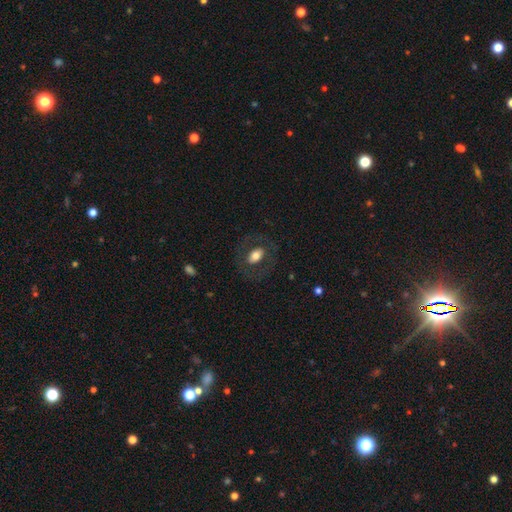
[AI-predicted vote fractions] smooth_or_featured: smooth (p=0.62) [alt: featured or disk p=0.30]
how_rounded: in between (p=0.76) [alt: round p=0.22]
merging: none (p=0.78) [alt: minor disturbance p=0.11]